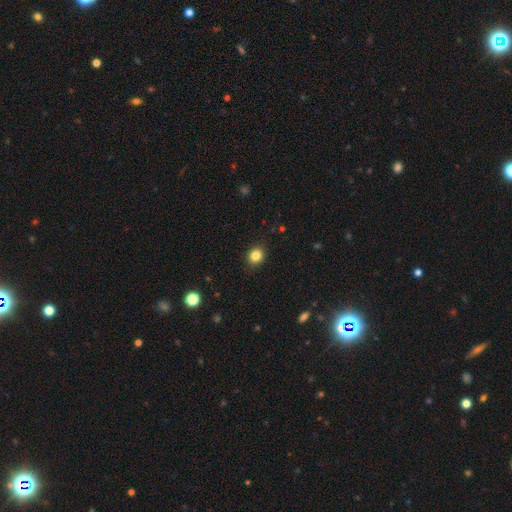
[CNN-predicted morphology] This is clearly a smooth galaxy (84%). How rounded: likely round (71%). Merging: clearly none (89%).